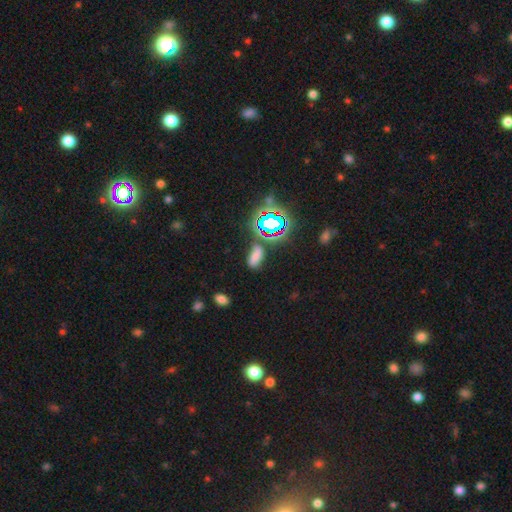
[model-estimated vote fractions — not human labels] Smooth or featured: smooth — 58% (star or artifact — 32%)
How rounded: in between — 84% (cigar-shaped — 9%)
Merging: none — 62% (minor disturbance — 19%)